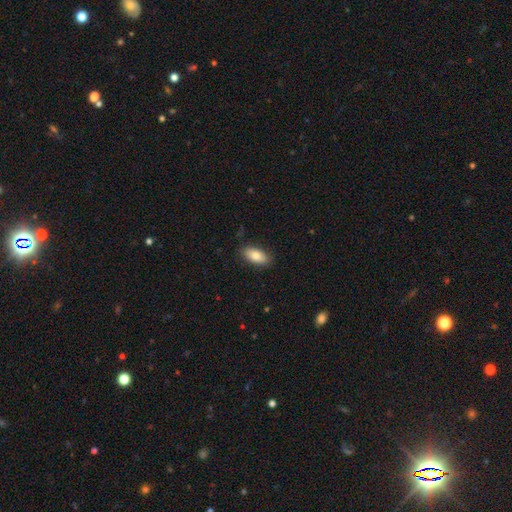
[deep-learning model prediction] smooth 81%, featured or disk 13%, star or artifact 7%. Down the decision tree: how rounded — in between (89%); merging — none (86%).